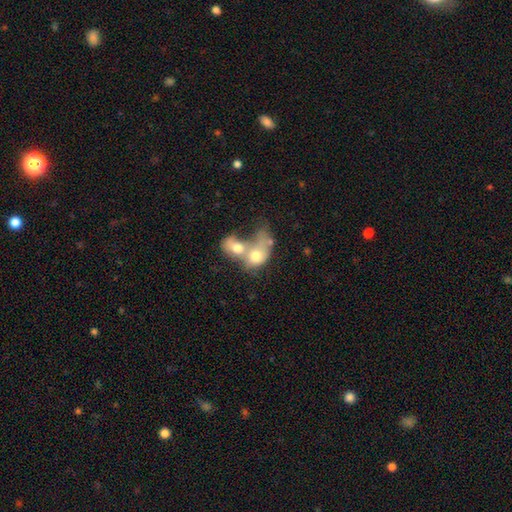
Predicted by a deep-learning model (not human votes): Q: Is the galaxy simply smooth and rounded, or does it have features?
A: smooth — 64%.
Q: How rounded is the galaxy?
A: in between — 63%.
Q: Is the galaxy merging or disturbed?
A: merger — 81%.